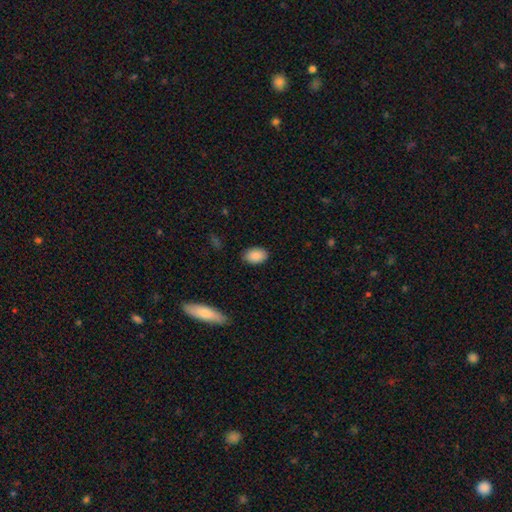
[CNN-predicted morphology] This is clearly a smooth galaxy (89%). How rounded: clearly in between (85%). Merging: clearly none (87%).